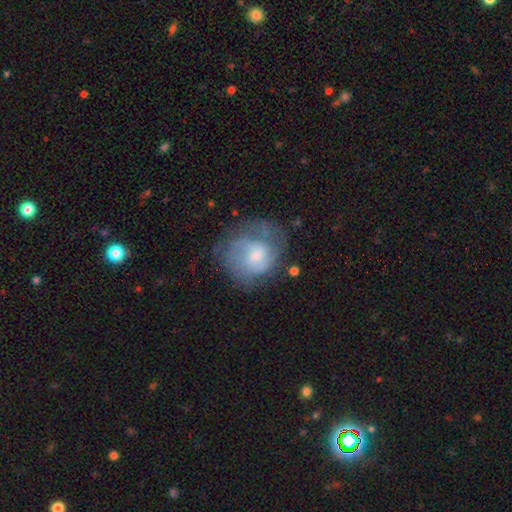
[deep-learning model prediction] featured or disk 54%, smooth 37%, star or artifact 8%. Down the decision tree: edge-on disk — no (97%); bar — no (61%); spiral arms — yes (70%); bulge size — moderate (43%); merging — none (54%).